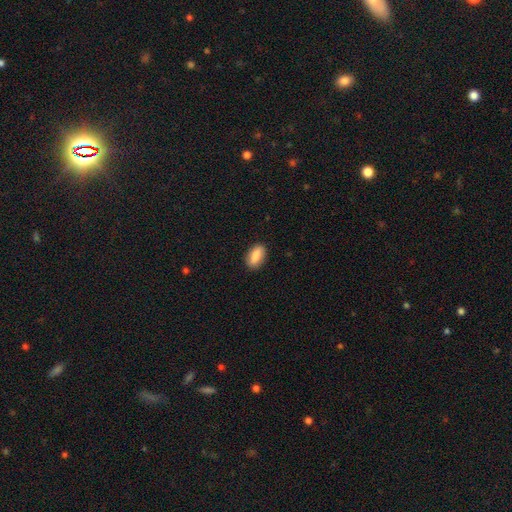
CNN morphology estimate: This appears to be a smooth galaxy with no disk features (86%) that is in between round and cigar-shaped (89%). Merging: none (88%).